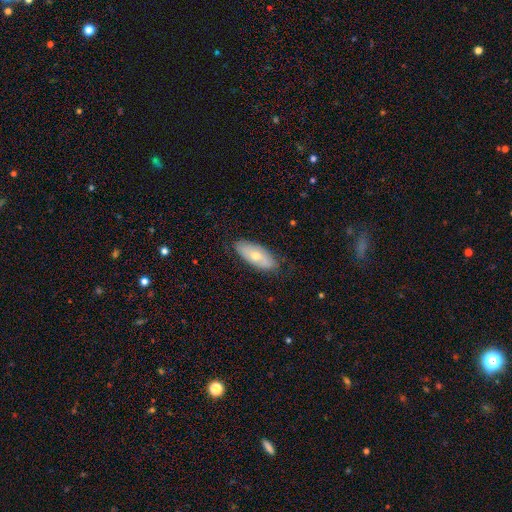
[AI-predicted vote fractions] smooth-or-featured: smooth: 56% | featured or disk: 37% | star or artifact: 6%
  how-rounded: in between: 83% | cigar-shaped: 14% | round: 3%
  merging: none: 81% | minor disturbance: 15% | major disturbance: 3% | merger: 1%